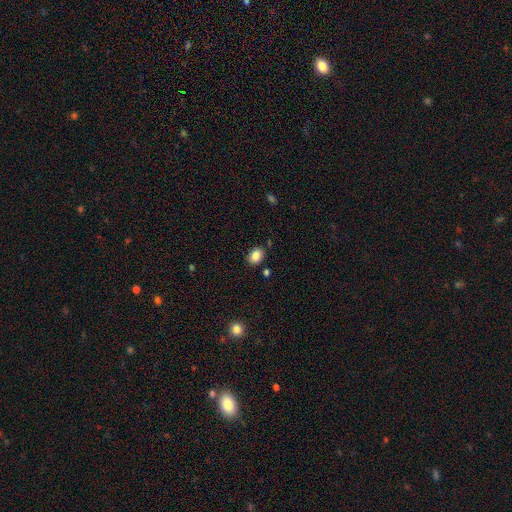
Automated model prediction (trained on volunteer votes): The model was most divided on "how rounded": in between: 65%, round: 34%, cigar-shaped: 1%. More confident: smooth or featured — smooth (85%); merging — none (83%).